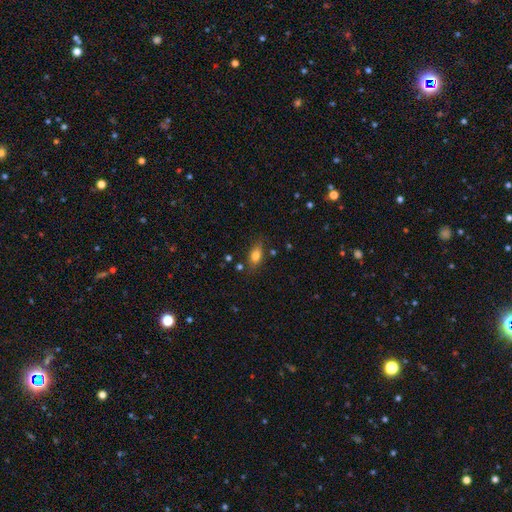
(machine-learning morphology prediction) Q: Smooth or featured?
A: smooth (78%); runner-up: featured or disk (12%)
Q: How rounded?
A: in between (83%); runner-up: round (9%)
Q: Merging?
A: none (77%); runner-up: minor disturbance (16%)